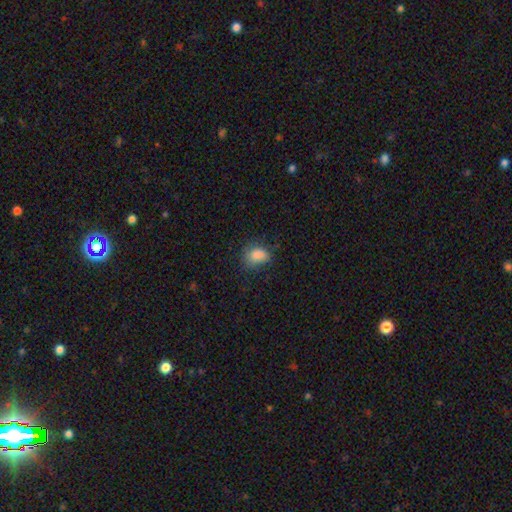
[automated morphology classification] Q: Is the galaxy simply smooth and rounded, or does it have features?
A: smooth — 83%.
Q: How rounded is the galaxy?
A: in between — 66%.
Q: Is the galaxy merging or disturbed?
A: none — 60%.